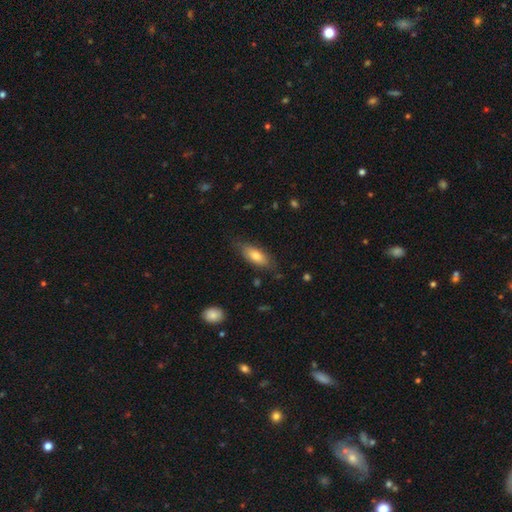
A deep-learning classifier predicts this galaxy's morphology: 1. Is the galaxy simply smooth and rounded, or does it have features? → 76% smooth, 18% featured or disk, 6% star or artifact.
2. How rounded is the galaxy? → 77% in between, 21% cigar-shaped, 2% round.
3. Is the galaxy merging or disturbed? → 75% none, 19% minor disturbance, 4% major disturbance, 2% merger.